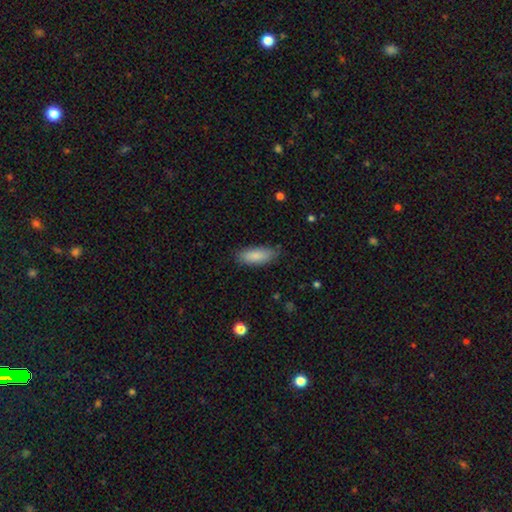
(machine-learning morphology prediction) This appears to be a smooth galaxy with no disk features (86%) that is in between round and cigar-shaped (74%). Merging: none (81%).